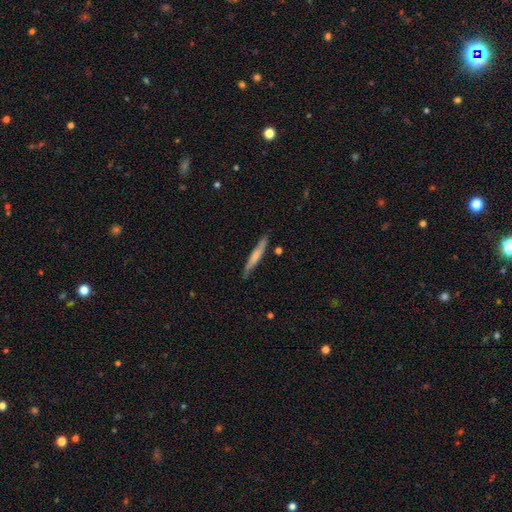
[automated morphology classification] Smooth or featured? Predicted: smooth (p=0.58). How rounded? Predicted: cigar-shaped (p=0.94). Merging? Predicted: none (p=0.84).